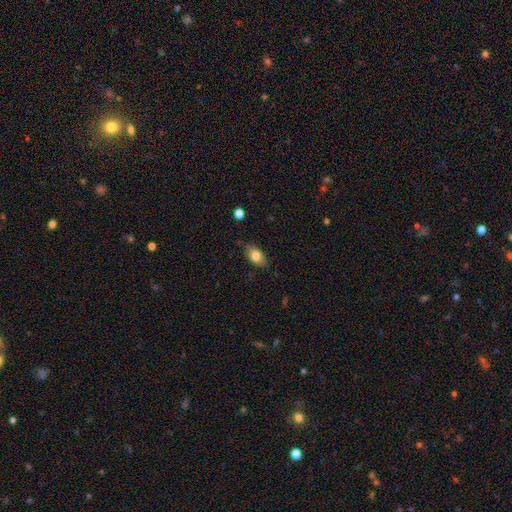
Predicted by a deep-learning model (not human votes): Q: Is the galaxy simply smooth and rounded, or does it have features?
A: smooth — 81%.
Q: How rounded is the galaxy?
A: in between — 87%.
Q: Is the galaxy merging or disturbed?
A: none — 79%.